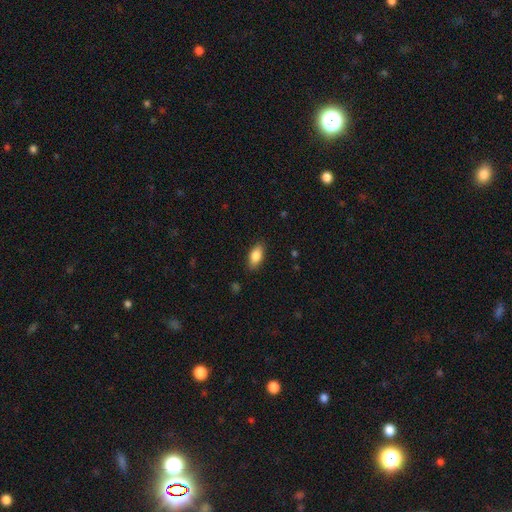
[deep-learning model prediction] Smooth or featured: smooth — 84% (featured or disk — 9%)
How rounded: in between — 89% (cigar-shaped — 8%)
Merging: none — 86% (minor disturbance — 10%)